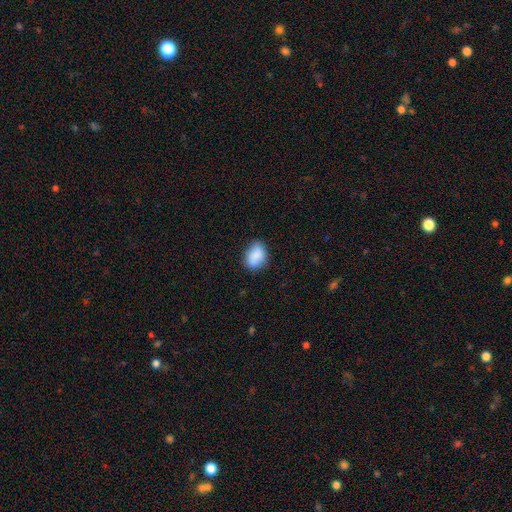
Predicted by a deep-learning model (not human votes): A smooth galaxy with no disk features (86%) that is in between round and cigar-shaped (73%).

Vote fractions:
- Smooth or featured? smooth: 86% / star or artifact: 7% / featured or disk: 6%
- How rounded? in between: 73% / round: 26% / cigar-shaped: 2%
- Merging? none: 77% / minor disturbance: 18% / major disturbance: 4% / merger: 1%